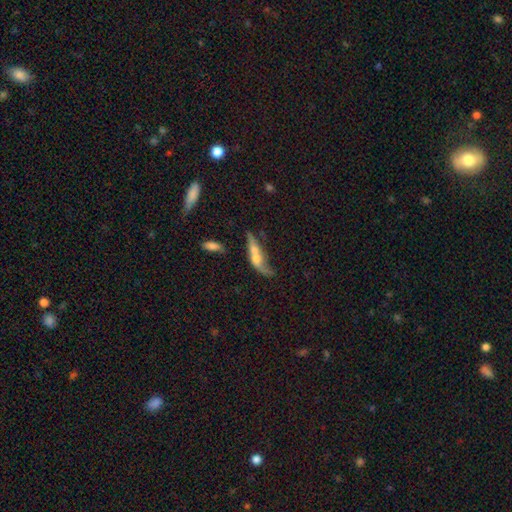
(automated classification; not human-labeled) smooth-or-featured: smooth: 46% | featured or disk: 45% | star or artifact: 9%
  merging: merger: 47% | none: 22% | major disturbance: 17% | minor disturbance: 14%